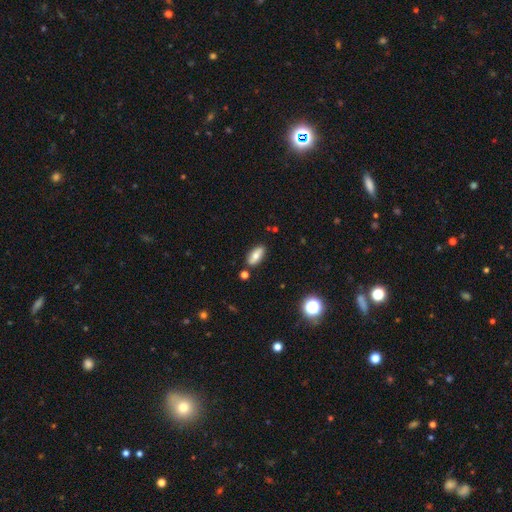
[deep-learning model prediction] smooth_or_featured: smooth (p=0.71) [alt: featured or disk p=0.21]
how_rounded: in between (p=0.85) [alt: cigar-shaped p=0.12]
merging: none (p=0.84) [alt: minor disturbance p=0.11]